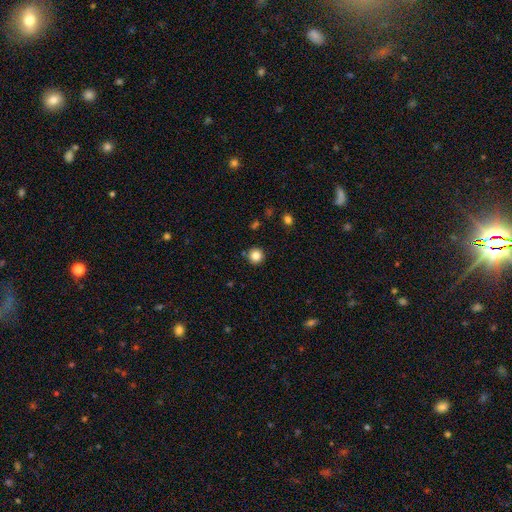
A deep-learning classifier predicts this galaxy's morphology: Smooth or featured: smooth — 84% (star or artifact — 11%)
How rounded: round — 95% (in between — 4%)
Merging: none — 90% (minor disturbance — 6%)